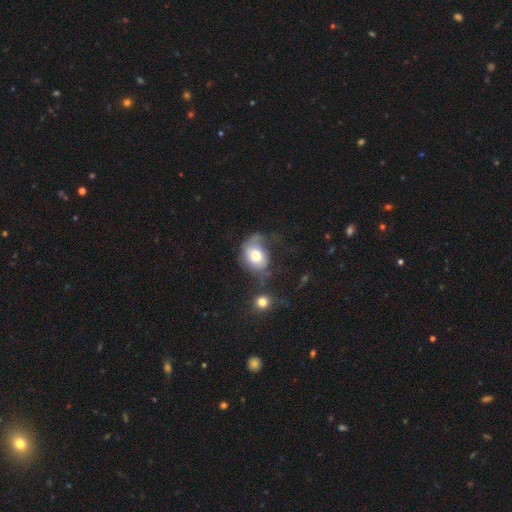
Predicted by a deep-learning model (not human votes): smooth 59%, featured or disk 33%, star or artifact 8%. Down the decision tree: how rounded — in between (58%); merging — major disturbance (38%).